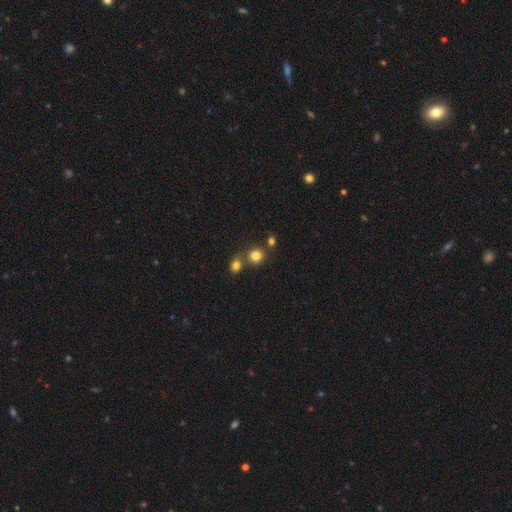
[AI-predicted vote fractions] Smooth or featured: smooth — 80% (star or artifact — 14%)
How rounded: round — 84% (in between — 15%)
Merging: none — 61% (merger — 27%)